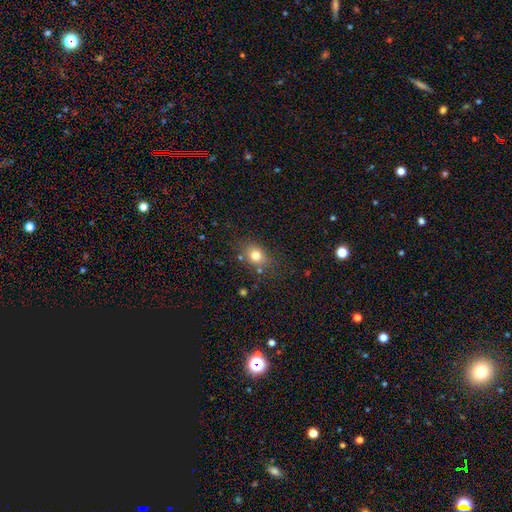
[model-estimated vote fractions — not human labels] smooth-or-featured: smooth: 78% | star or artifact: 12% | featured or disk: 10%
  how-rounded: in between: 52% | round: 47% | cigar-shaped: 1%
  merging: none: 76% | minor disturbance: 15% | major disturbance: 5% | merger: 4%